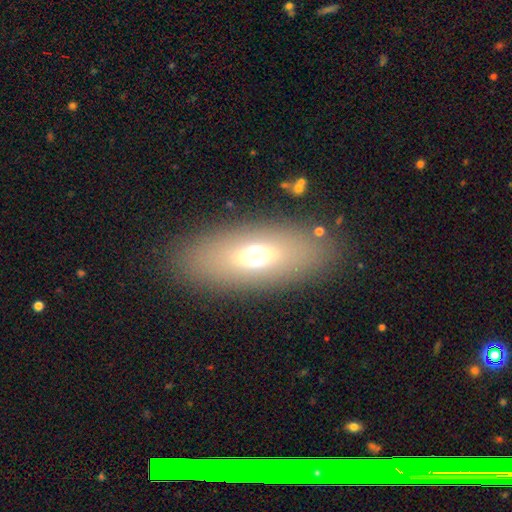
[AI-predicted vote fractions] smooth-or-featured: smooth: 62% | featured or disk: 26% | star or artifact: 12%
  how-rounded: in between: 79% | cigar-shaped: 13% | round: 7%
  merging: none: 84% | minor disturbance: 9% | major disturbance: 5% | merger: 2%